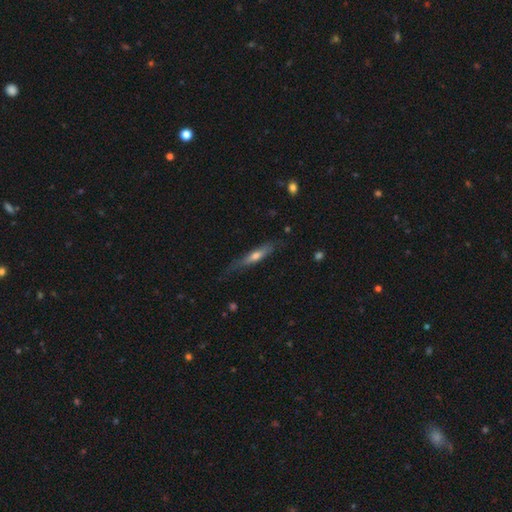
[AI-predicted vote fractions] A featured or disk galaxy (52%) viewed edge-on (88%). Merging: none (68%).